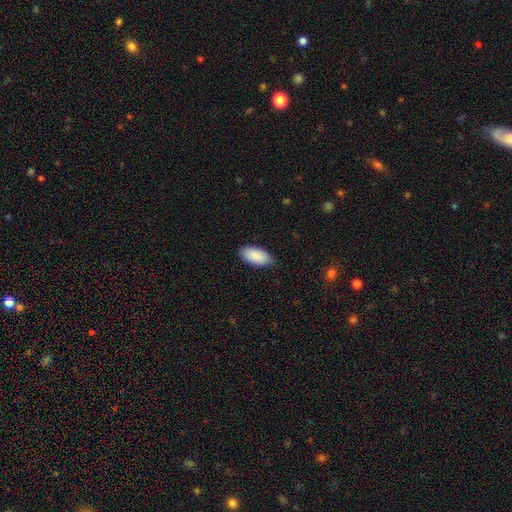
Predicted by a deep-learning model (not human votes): smooth-or-featured: smooth: 90% | star or artifact: 6% | featured or disk: 5%
  how-rounded: in between: 94% | cigar-shaped: 4% | round: 2%
  merging: none: 82% | minor disturbance: 15% | major disturbance: 2% | merger: 1%